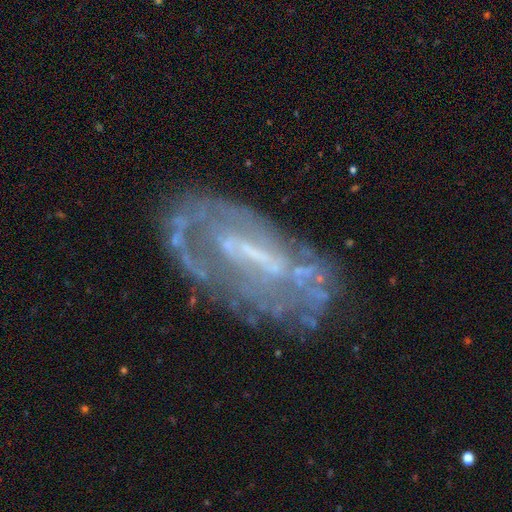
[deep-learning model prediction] Overall: featured or disk (76%). Edge-on disk: no (91%). Bar: weak (39%; strong 35%). Spiral arms: no (51%; yes 49%). Bulge size: small (40%; none 32%). Merging: none (60%; minor disturbance 22%).